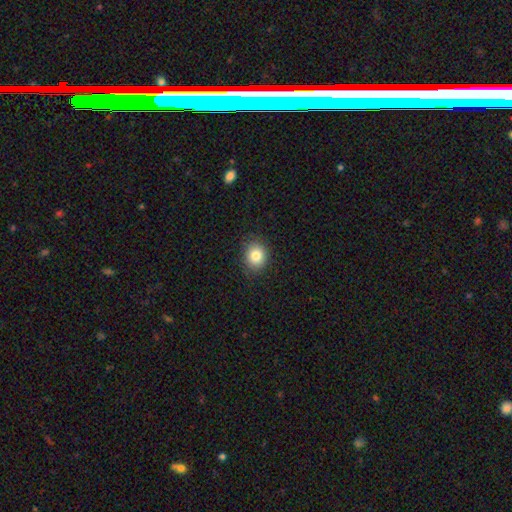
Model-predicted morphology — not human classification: This appears to be a smooth galaxy with no disk features (83%) that is round (72%). Merging: none (88%).